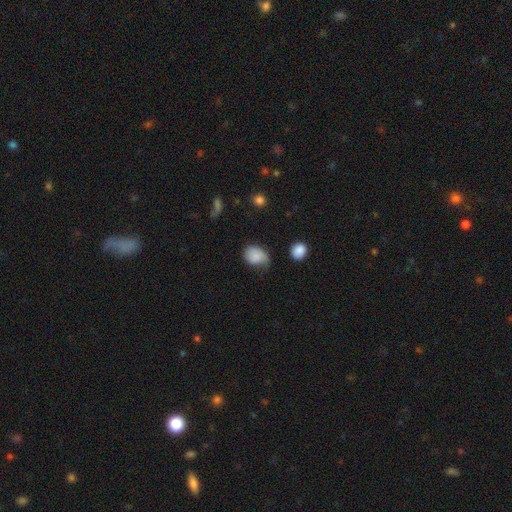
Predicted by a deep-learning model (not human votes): This is likely a smooth galaxy (77%). How rounded: possibly in between (59%). Merging: marginally minor disturbance (37%).